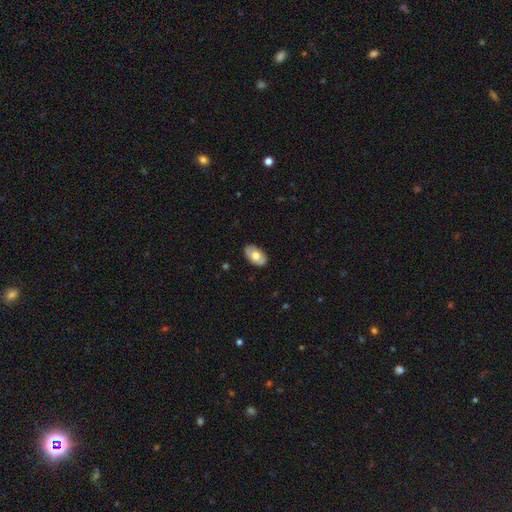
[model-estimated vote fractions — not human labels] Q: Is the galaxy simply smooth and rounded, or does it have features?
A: smooth — 64%.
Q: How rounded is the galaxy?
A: in between — 93%.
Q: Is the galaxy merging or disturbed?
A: none — 86%.